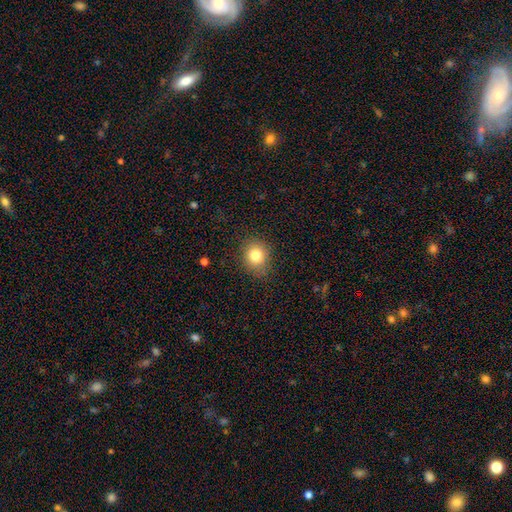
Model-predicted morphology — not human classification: This is clearly a smooth galaxy (81%). How rounded: likely round (69%). Merging: clearly none (82%).